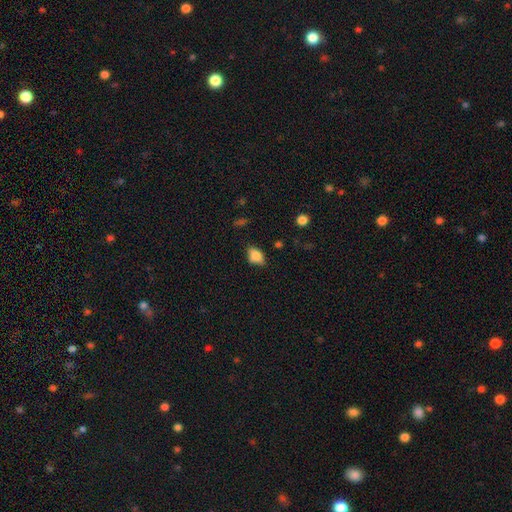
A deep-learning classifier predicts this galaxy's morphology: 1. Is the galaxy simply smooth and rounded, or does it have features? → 81% smooth, 10% featured or disk, 9% star or artifact.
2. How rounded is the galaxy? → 84% in between, 13% round, 3% cigar-shaped.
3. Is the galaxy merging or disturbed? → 66% none, 26% minor disturbance, 6% major disturbance, 2% merger.